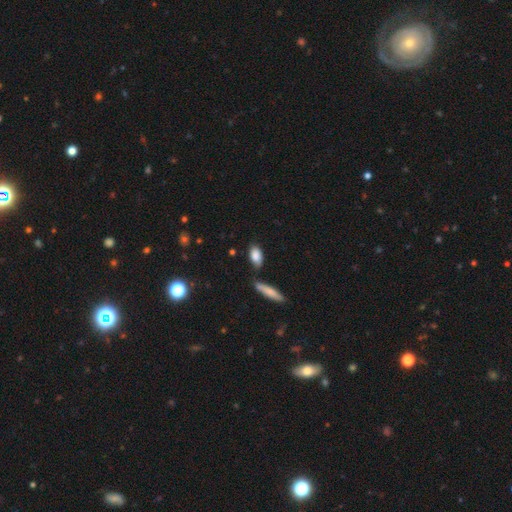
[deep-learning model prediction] Smooth or featured?
  - smooth: 84% *
  - featured or disk: 8%
  - star or artifact: 7%
How rounded?
  - in between: 85% *
  - cigar-shaped: 11%
  - round: 4%
Merging?
  - none: 70% *
  - minor disturbance: 17%
  - merger: 9%
  - major disturbance: 4%